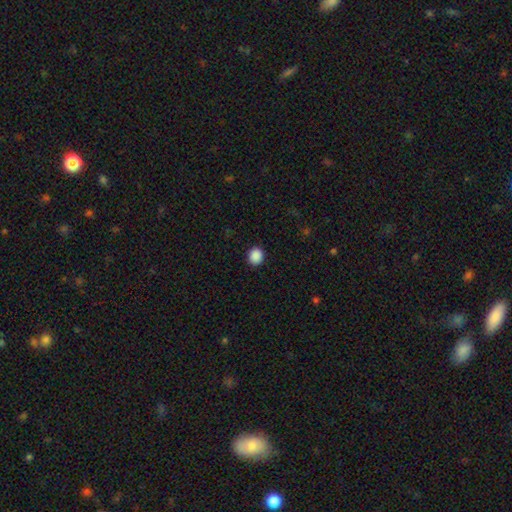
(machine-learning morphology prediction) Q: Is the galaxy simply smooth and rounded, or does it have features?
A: smooth — 89%.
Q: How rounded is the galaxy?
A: round — 82%.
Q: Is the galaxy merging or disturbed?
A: none — 92%.